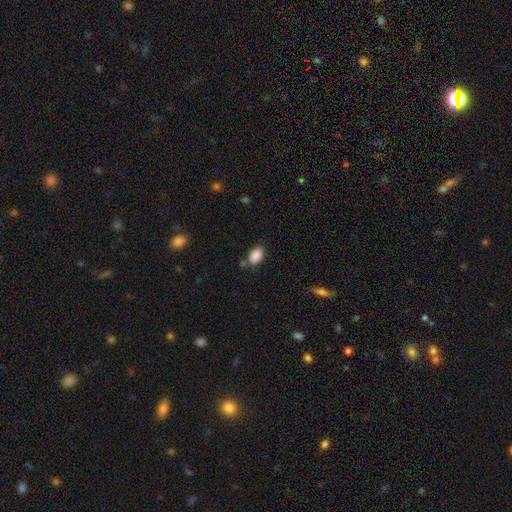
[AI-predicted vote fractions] A smooth galaxy with no disk features (88%) that is in between round and cigar-shaped (91%). Merging: none (74%).